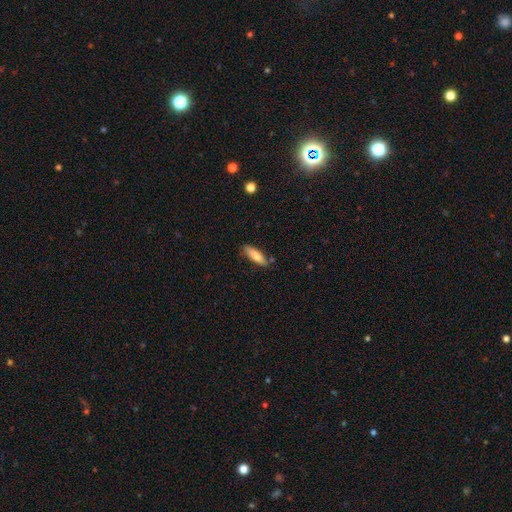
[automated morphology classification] Smooth or featured?
  - smooth: 81% *
  - featured or disk: 12%
  - star or artifact: 6%
How rounded?
  - cigar-shaped: 52% *
  - in between: 47%
  - round: 2%
Merging?
  - none: 76% *
  - minor disturbance: 17%
  - merger: 4%
  - major disturbance: 3%